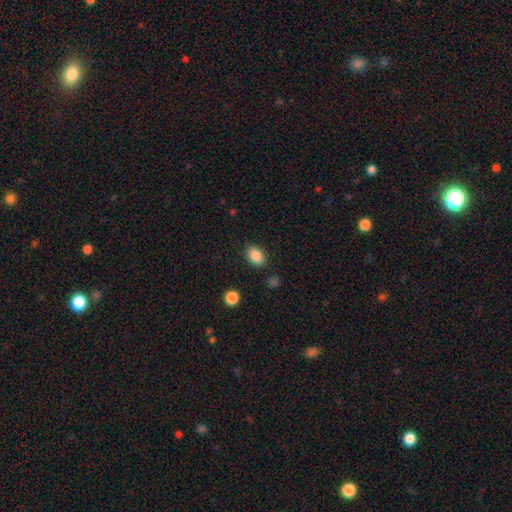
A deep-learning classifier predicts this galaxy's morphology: smooth 86%, star or artifact 8%, featured or disk 5%. Down the decision tree: how rounded — in between (83%); merging — none (85%).